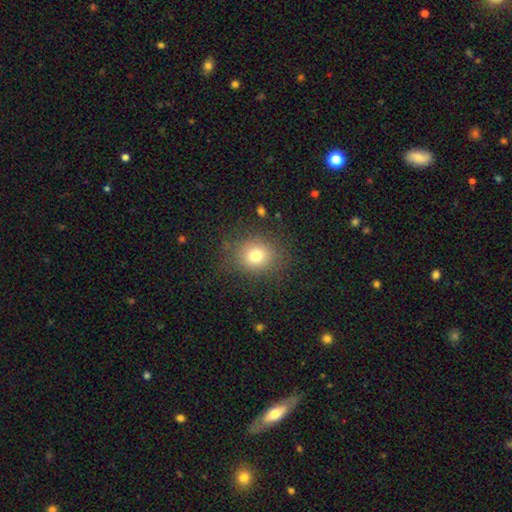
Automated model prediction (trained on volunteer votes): smooth 76%, star or artifact 14%, featured or disk 11%. Down the decision tree: how rounded — round (75%); merging — none (81%).